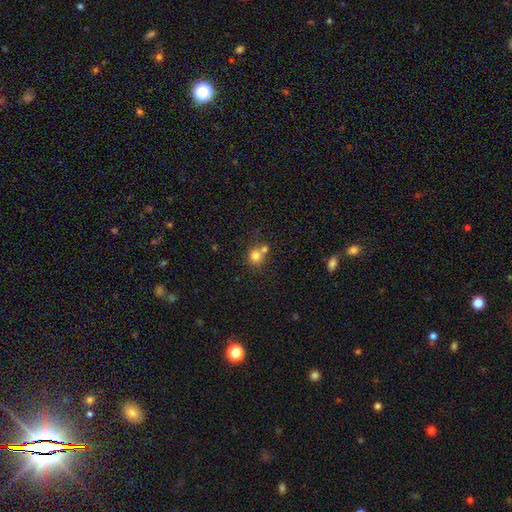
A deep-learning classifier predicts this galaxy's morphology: Smooth or featured? smooth (78%)
How rounded? round (85%)
Merging? none (47%)